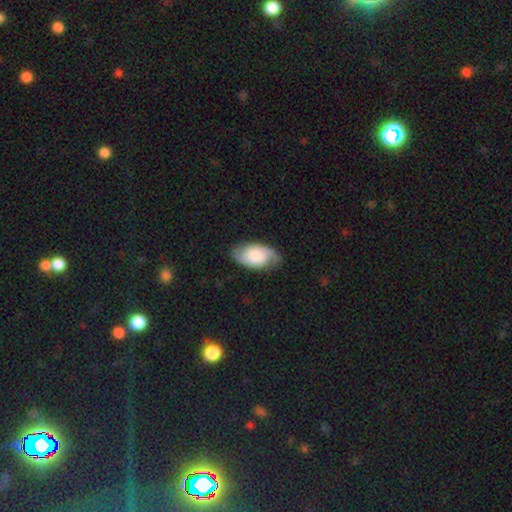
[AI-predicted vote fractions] Smooth or featured? Predicted: featured or disk (p=0.52). Edge-on disk? Predicted: no (p=0.94). Merging? Predicted: none (p=0.76).